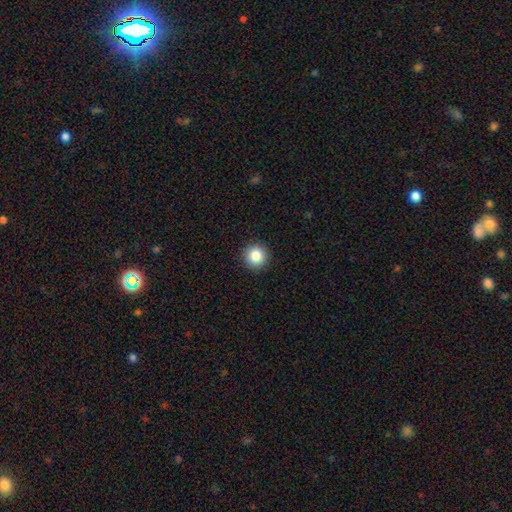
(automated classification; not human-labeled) smooth_or_featured: smooth (p=0.84) [alt: star or artifact p=0.10]
how_rounded: round (p=0.96) [alt: in between p=0.03]
merging: none (p=0.93) [alt: minor disturbance p=0.05]